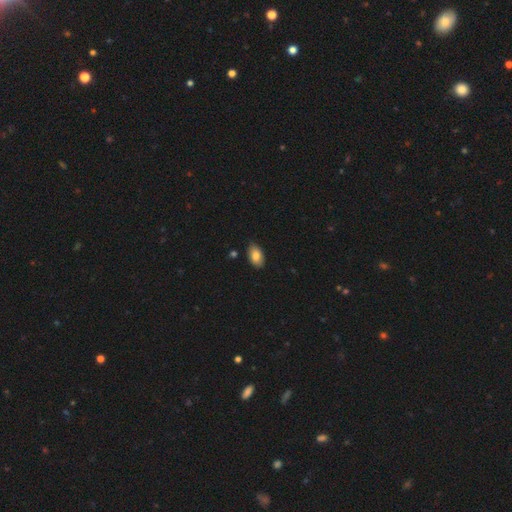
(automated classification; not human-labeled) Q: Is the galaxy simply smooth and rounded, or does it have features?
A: smooth — 84%.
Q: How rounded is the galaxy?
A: in between — 94%.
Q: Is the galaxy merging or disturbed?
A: none — 83%.